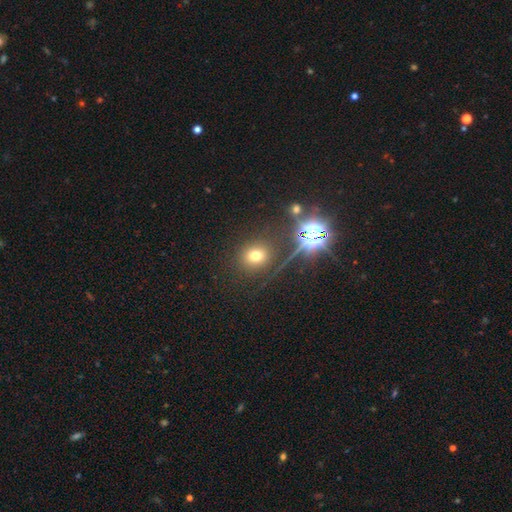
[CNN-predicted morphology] Smooth or featured?
  - smooth: 64% *
  - star or artifact: 25%
  - featured or disk: 11%
How rounded?
  - round: 73% *
  - in between: 26%
  - cigar-shaped: 1%
Merging?
  - none: 82% *
  - minor disturbance: 9%
  - major disturbance: 5%
  - merger: 4%